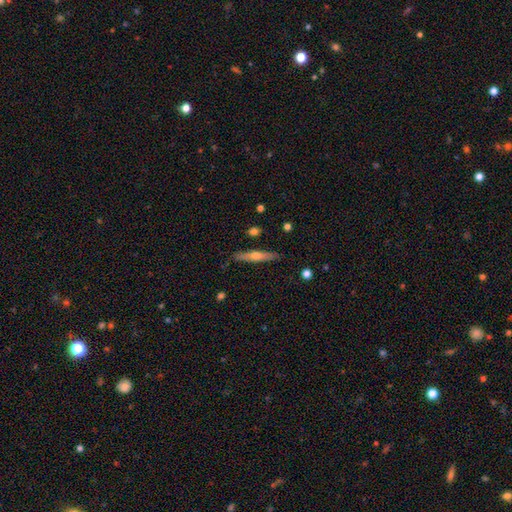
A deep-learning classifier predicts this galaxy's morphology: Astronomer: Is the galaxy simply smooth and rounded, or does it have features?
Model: featured or disk — 53% (runner-up: smooth, 41%).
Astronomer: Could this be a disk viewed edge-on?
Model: yes — 94%.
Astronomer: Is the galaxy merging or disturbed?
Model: none — 87%.